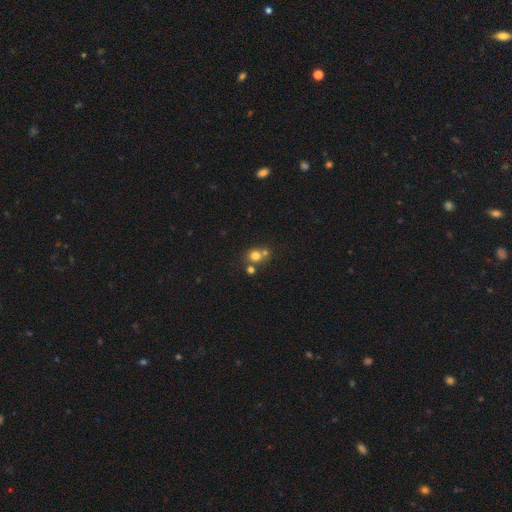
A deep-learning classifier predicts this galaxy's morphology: Smooth or featured?
  - smooth: 74% *
  - star or artifact: 16%
  - featured or disk: 10%
How rounded?
  - round: 82% *
  - in between: 17%
  - cigar-shaped: 1%
Merging?
  - none: 53% *
  - merger: 36%
  - minor disturbance: 8%
  - major disturbance: 4%